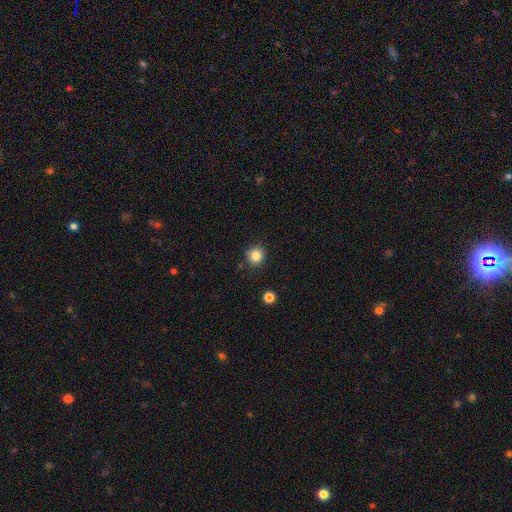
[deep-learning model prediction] This is clearly a smooth galaxy (84%). How rounded: clearly round (91%). Merging: clearly none (87%).